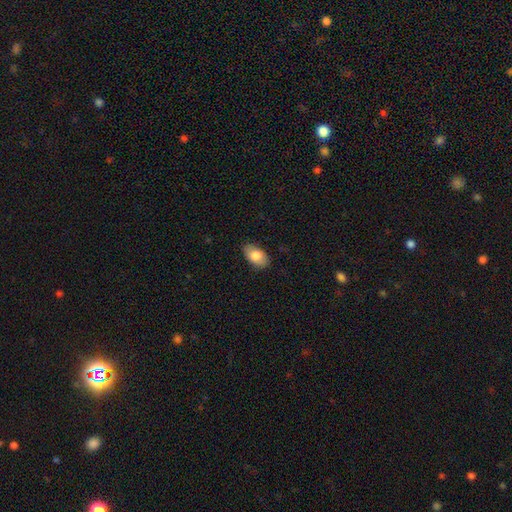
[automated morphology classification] A smooth galaxy with no disk features (81%) that is in between round and cigar-shaped (93%). Merging: none (86%).